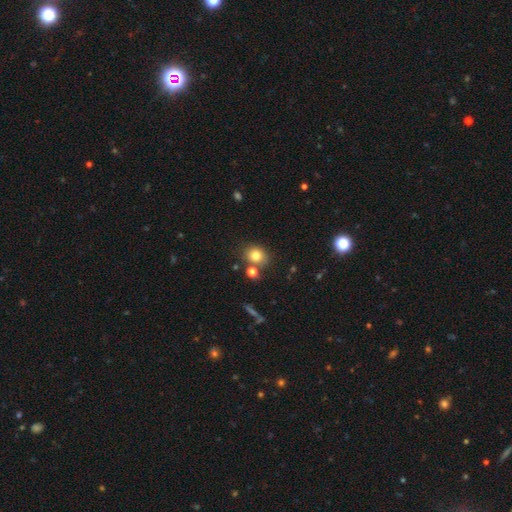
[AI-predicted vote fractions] This is likely a smooth galaxy (79%). How rounded: likely round (71%). Merging: likely none (70%).